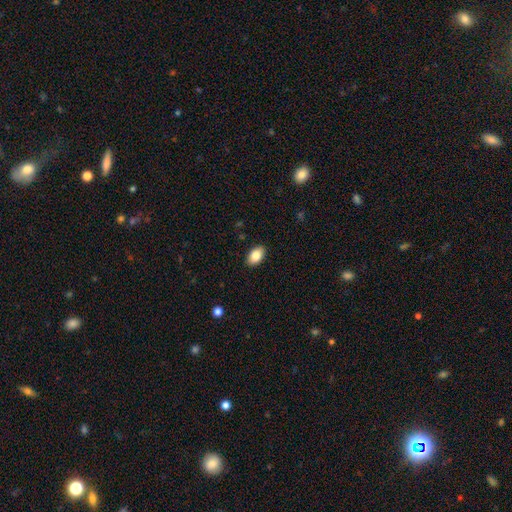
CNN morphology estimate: Overall: smooth (85%). How rounded: in between (91%). Merging: none (89%).